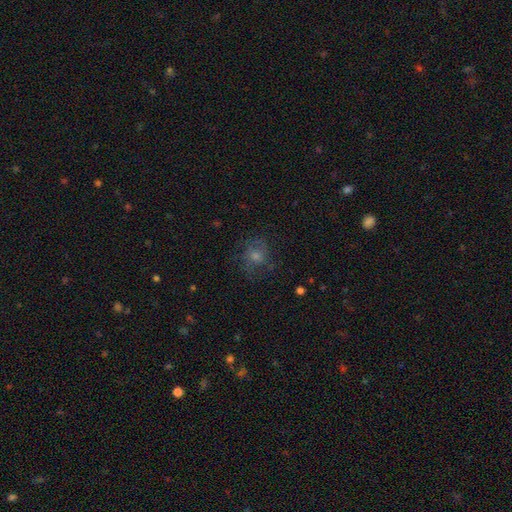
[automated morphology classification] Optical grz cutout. It shows a smooth galaxy with no disk features (41%). Merging: none (72%).